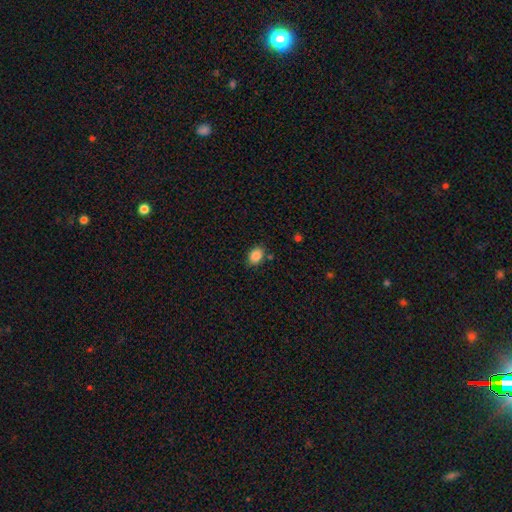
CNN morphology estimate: A smooth galaxy with no disk features (87%) that is in between round and cigar-shaped (70%). Merging: none (81%).